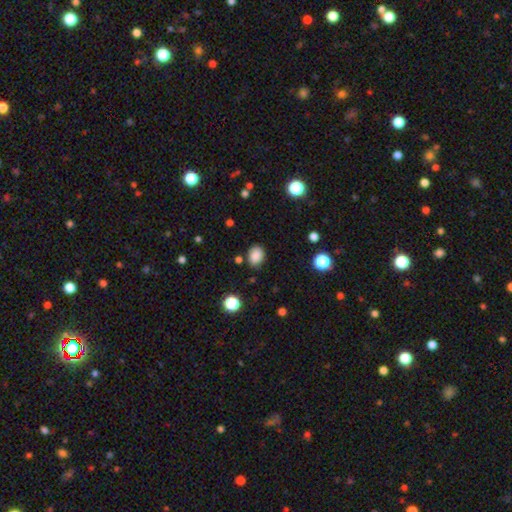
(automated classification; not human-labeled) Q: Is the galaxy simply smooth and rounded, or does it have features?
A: smooth — 85%.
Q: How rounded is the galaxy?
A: in between — 58%.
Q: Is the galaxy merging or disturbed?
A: none — 81%.